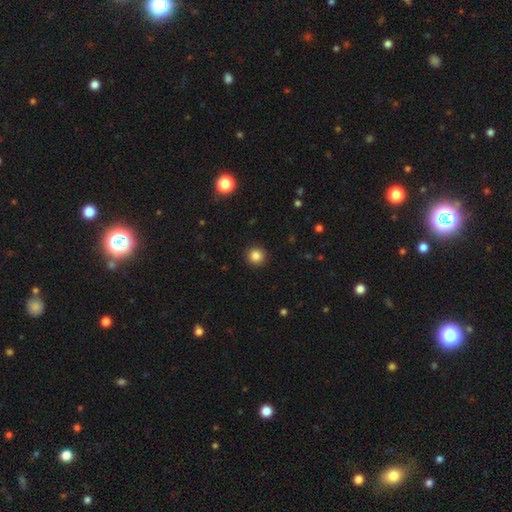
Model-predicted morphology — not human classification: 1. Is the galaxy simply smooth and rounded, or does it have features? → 85% smooth, 11% star or artifact, 4% featured or disk.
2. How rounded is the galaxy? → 95% round, 4% in between, 1% cigar-shaped.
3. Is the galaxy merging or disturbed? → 92% none, 5% minor disturbance, 2% major disturbance, 1% merger.